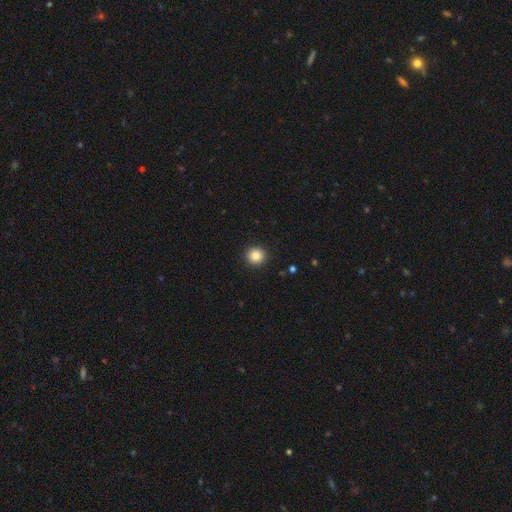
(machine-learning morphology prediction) This appears to be a smooth galaxy with no disk features (86%) that is round (93%). Merging: none (93%).